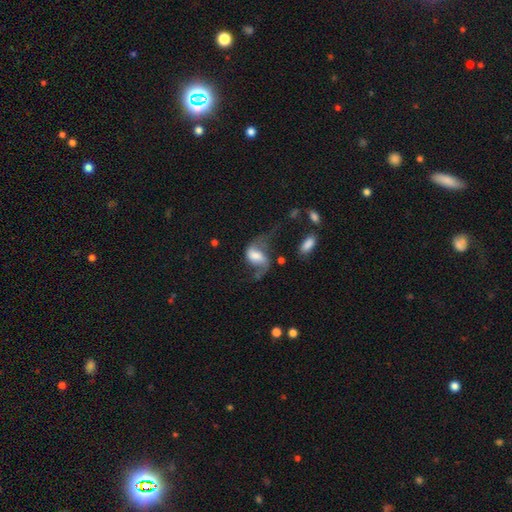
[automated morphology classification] smooth_or_featured: featured or disk (p=0.68) [alt: smooth p=0.24]
disk_edge_on: no (p=0.96) [alt: yes p=0.04]
bar: weak (p=0.43) [alt: no p=0.31]
has_spiral_arms: yes (p=0.89) [alt: no p=0.11]
spiral_winding: loose (p=0.79) [alt: medium p=0.17]
spiral_arm_count: 2 (p=0.87) [alt: 1 p=0.07]
bulge_size: moderate (p=0.36) [alt: large p=0.28]
merging: none (p=0.38) [alt: major disturbance p=0.36]